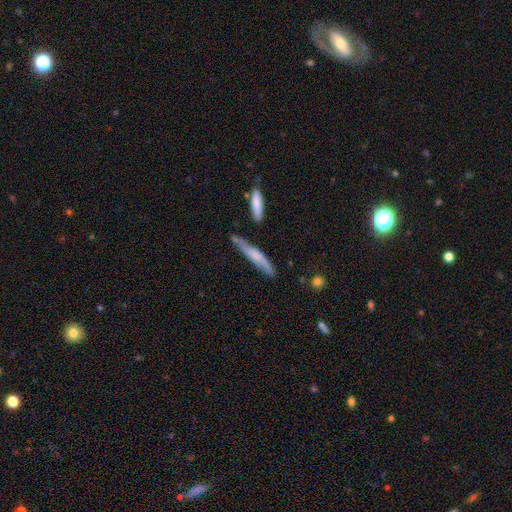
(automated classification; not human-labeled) Smooth or featured: smooth — 49% (featured or disk — 45%)
Merging: none — 66% (minor disturbance — 22%)